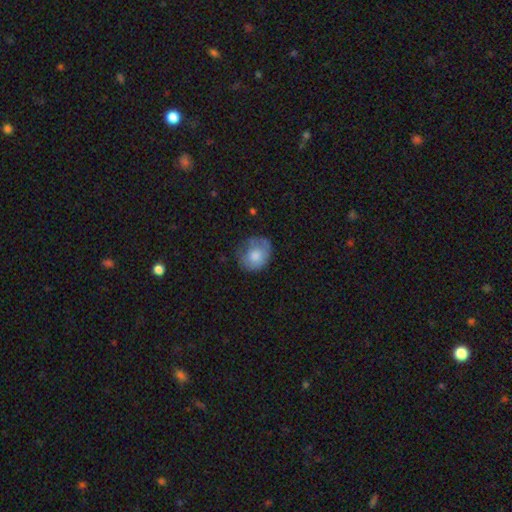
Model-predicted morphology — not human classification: A smooth galaxy with no disk features (71%) that is round (66%). Merging: none (54%).